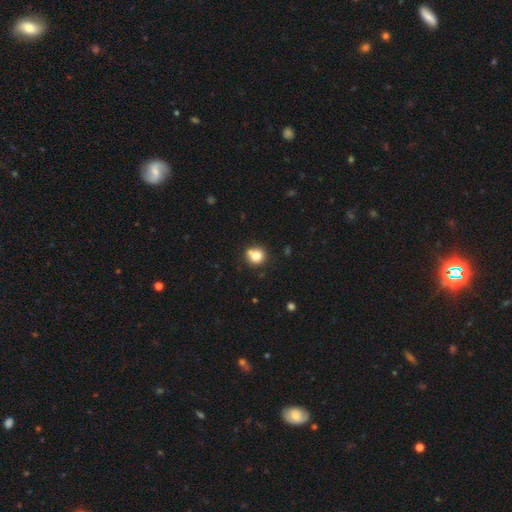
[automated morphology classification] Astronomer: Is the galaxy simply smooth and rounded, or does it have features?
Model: smooth — 80%.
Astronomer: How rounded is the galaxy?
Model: round — 86%.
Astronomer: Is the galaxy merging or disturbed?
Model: none — 68%.